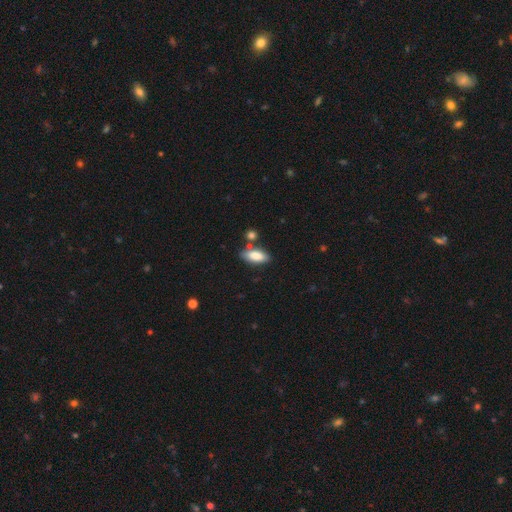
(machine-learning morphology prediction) Q: Smooth or featured?
A: smooth (83%); runner-up: featured or disk (11%)
Q: How rounded?
A: in between (81%); runner-up: cigar-shaped (16%)
Q: Merging?
A: none (75%); runner-up: minor disturbance (12%)